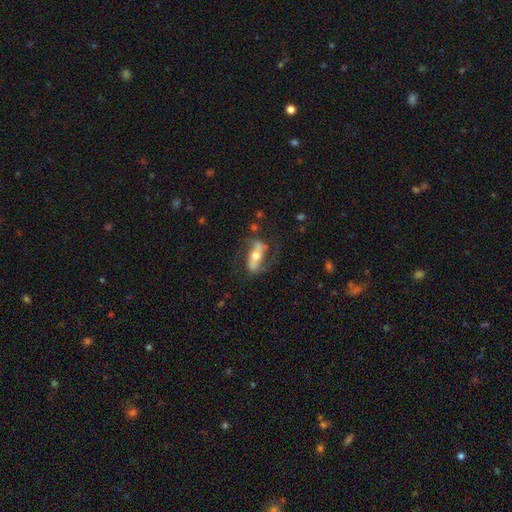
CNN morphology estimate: This is likely a featured or disk galaxy (65%). It is likely not viewed edge-on (79%). Bar: possibly strong (51%). Spiral arm pattern: likely yes (75%). Central bulge: likely moderate (65%). Merging: likely none (64%).